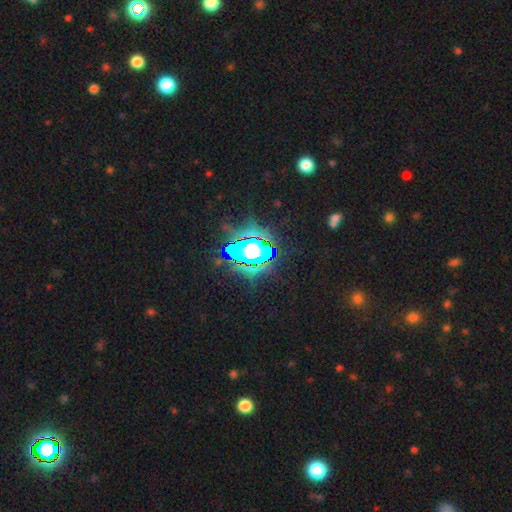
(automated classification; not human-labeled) Smooth or featured: star or artifact — 81% (smooth — 11%)